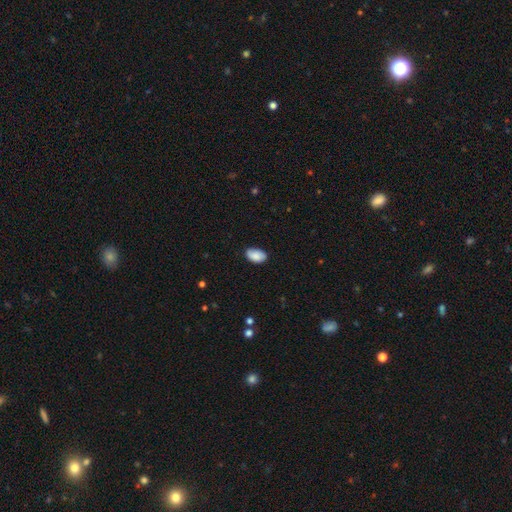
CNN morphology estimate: The model was most divided on "merging": none: 80%, minor disturbance: 16%, major disturbance: 3%, merger: 1%. More confident: how rounded — in between (93%); smooth or featured — smooth (87%).